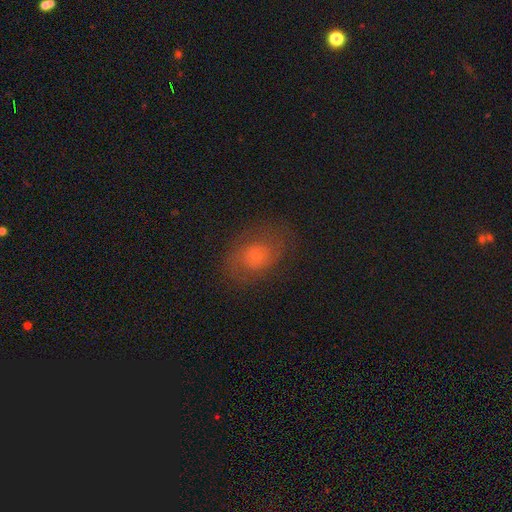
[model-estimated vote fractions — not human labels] Smooth or featured?
  - featured or disk: 44% *
  - smooth: 39%
  - star or artifact: 17%
Merging?
  - none: 75% *
  - minor disturbance: 16%
  - major disturbance: 8%
  - merger: 1%